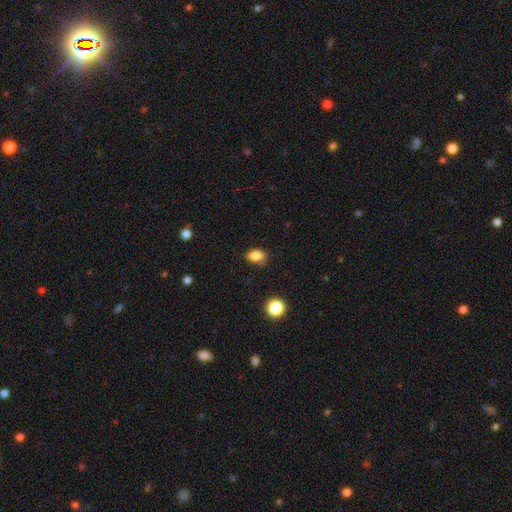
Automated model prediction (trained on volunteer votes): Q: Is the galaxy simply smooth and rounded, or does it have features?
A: smooth — 83%.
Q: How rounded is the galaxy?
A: in between — 82%.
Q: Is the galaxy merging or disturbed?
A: none — 72%.